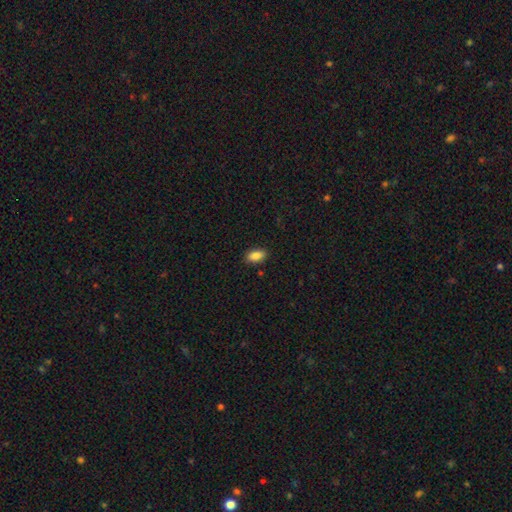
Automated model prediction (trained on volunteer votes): The model was most divided on "smooth or featured": smooth: 87%, star or artifact: 8%, featured or disk: 5%. More confident: how rounded — in between (92%); merging — none (88%).